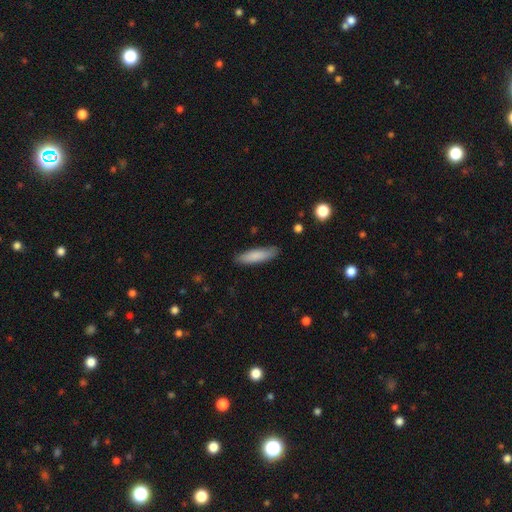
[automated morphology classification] Q: Smooth or featured?
A: smooth (83%); runner-up: featured or disk (11%)
Q: How rounded?
A: cigar-shaped (65%); runner-up: in between (34%)
Q: Merging?
A: none (85%); runner-up: minor disturbance (12%)